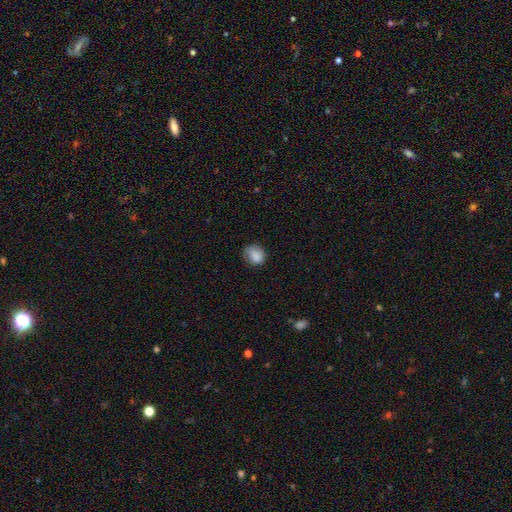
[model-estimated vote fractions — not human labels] Smooth or featured: smooth — 85% (star or artifact — 8%)
How rounded: round — 61% (in between — 38%)
Merging: none — 64% (minor disturbance — 27%)